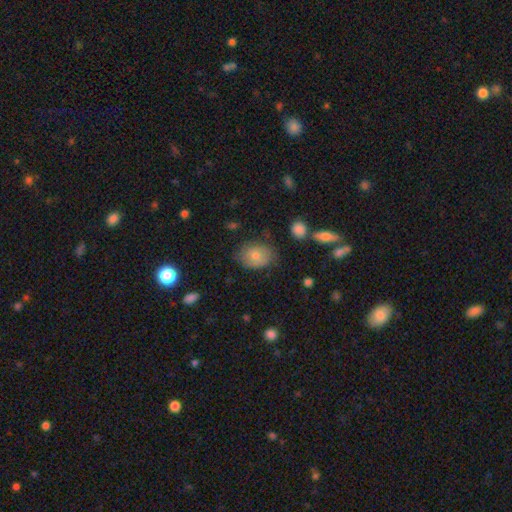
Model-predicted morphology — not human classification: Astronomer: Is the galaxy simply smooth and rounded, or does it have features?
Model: smooth — 62%.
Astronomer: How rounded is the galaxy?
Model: in between — 67%.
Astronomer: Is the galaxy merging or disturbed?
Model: none — 73%.